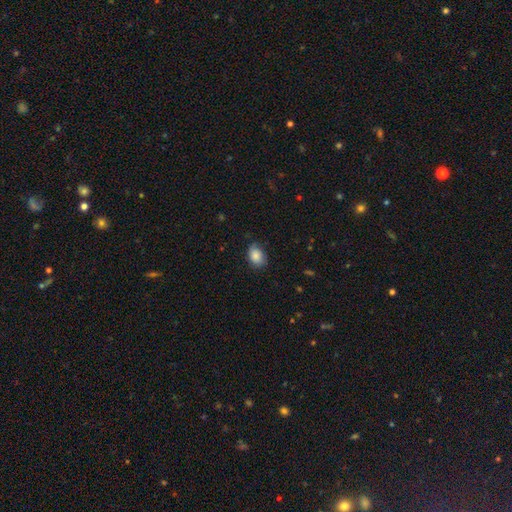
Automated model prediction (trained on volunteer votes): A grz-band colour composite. It shows a smooth galaxy with no disk features (84%) that is in between round and cigar-shaped (74%). Merging: none (69%).